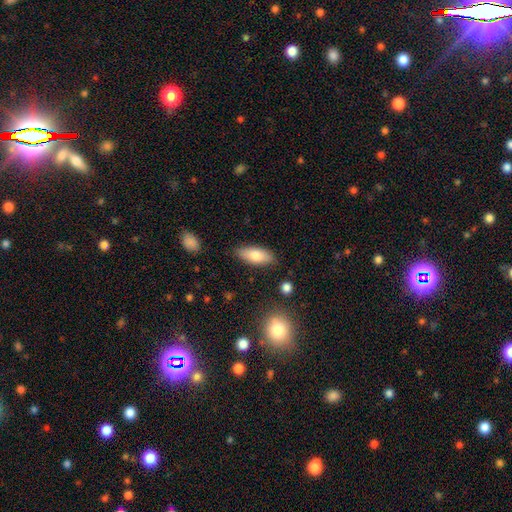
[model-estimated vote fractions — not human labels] smooth_or_featured: smooth (p=0.77) [alt: featured or disk p=0.16]
how_rounded: in between (p=0.80) [alt: cigar-shaped p=0.17]
merging: none (p=0.84) [alt: minor disturbance p=0.12]